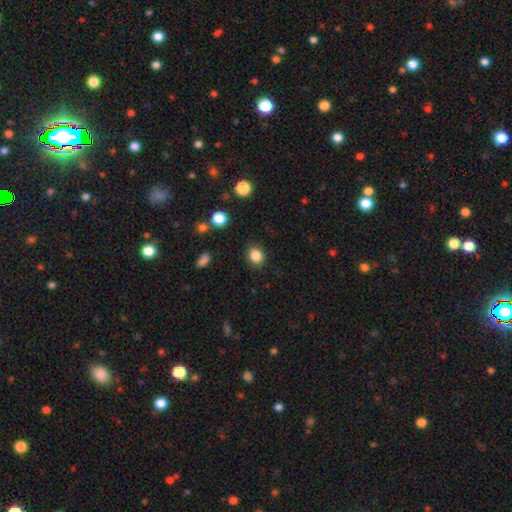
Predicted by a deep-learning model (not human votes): A smooth galaxy with no disk features (85%) that is round (66%). Merging: none (88%).